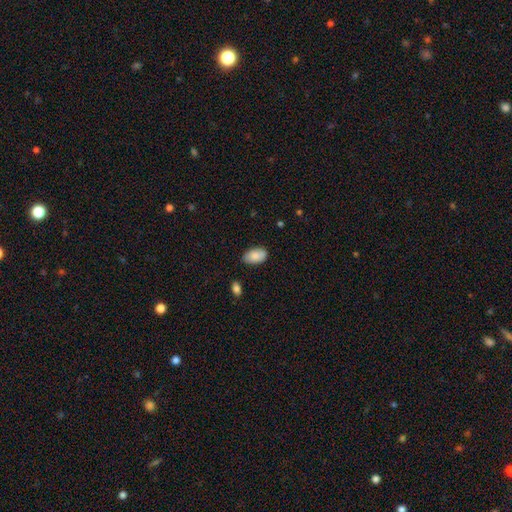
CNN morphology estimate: Smooth or featured? Predicted: smooth (p=0.86). How rounded? Predicted: in between (p=0.94). Merging? Predicted: none (p=0.79).